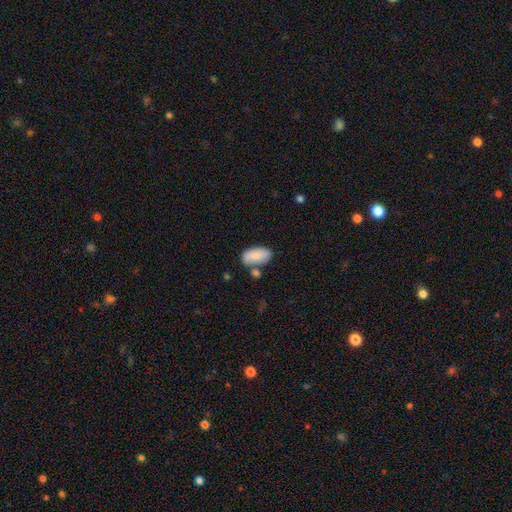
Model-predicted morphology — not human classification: Smooth or featured?
  - smooth: 82% *
  - featured or disk: 11%
  - star or artifact: 7%
How rounded?
  - in between: 94% *
  - round: 3%
  - cigar-shaped: 3%
Merging?
  - none: 57% *
  - minor disturbance: 20%
  - merger: 17%
  - major disturbance: 6%